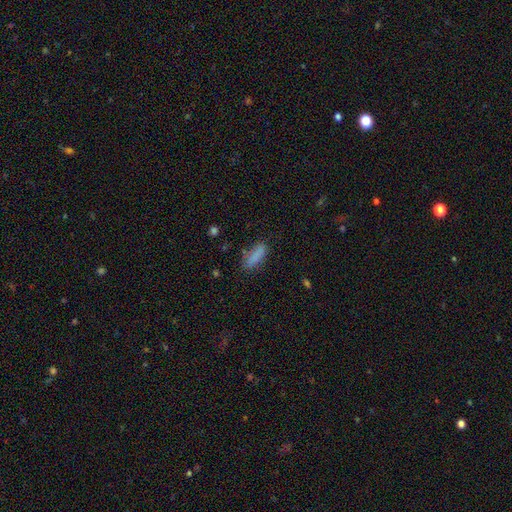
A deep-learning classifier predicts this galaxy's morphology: smooth 81%, featured or disk 10%, star or artifact 9%. Down the decision tree: how rounded — in between (50%); merging — none (69%).